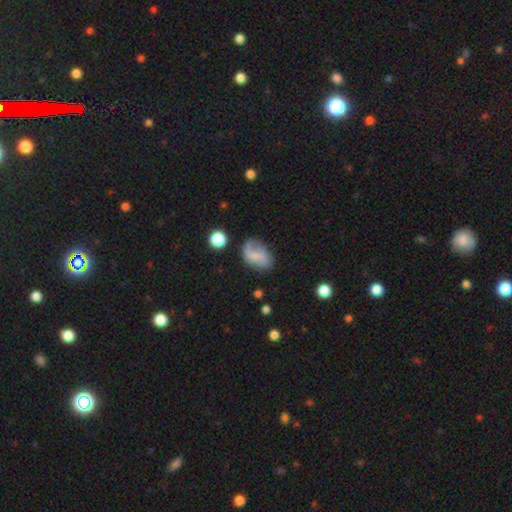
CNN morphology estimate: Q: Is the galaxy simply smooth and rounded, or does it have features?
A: featured or disk — 50%.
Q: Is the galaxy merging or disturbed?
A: none — 62%.